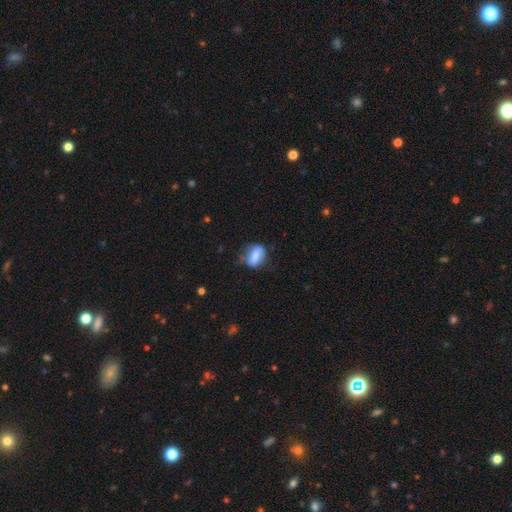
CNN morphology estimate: smooth_or_featured: smooth (p=0.75) [alt: featured or disk p=0.17]
how_rounded: in between (p=0.75) [alt: round p=0.21]
merging: none (p=0.59) [alt: minor disturbance p=0.28]